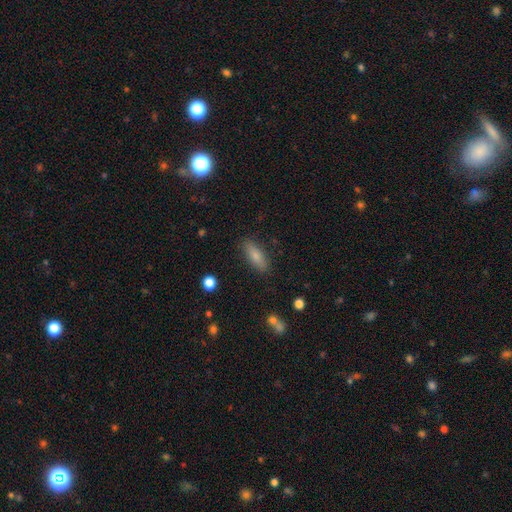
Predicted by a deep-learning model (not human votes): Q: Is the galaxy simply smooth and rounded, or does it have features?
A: smooth — 79%.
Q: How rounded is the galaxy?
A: in between — 63%.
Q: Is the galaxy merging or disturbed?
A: none — 86%.